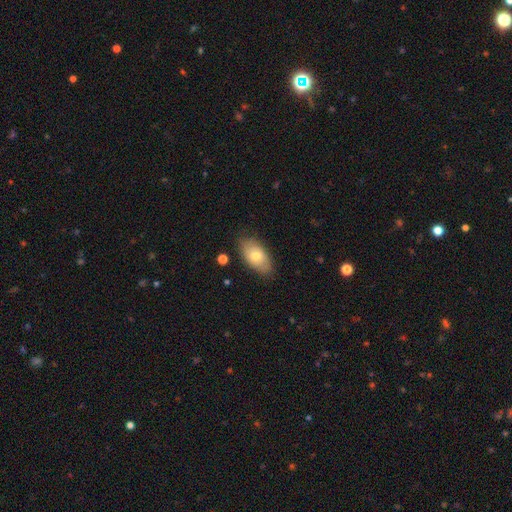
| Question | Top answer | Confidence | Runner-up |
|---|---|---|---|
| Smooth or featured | smooth | 84% | featured or disk (14%) |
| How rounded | in between | 94% | round (6%) |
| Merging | none | 78% | minor disturbance (17%) |